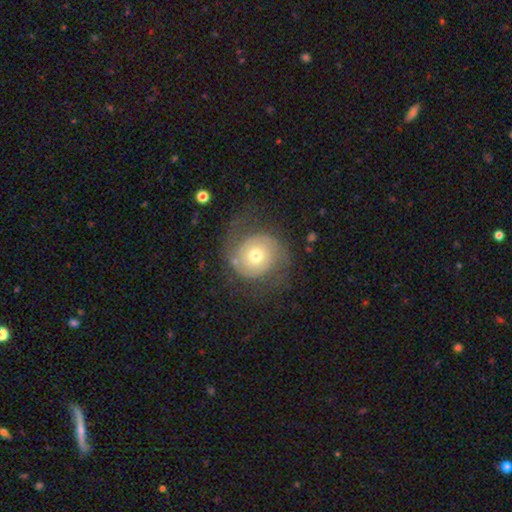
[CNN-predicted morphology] type=featured or disk (80%); edge-on=no (98%); bar=no (76%); spiral arms=yes (95%); winding=tight (44%); arm count=2 (87%); bulge=moderate (64%); merging=none (69%).